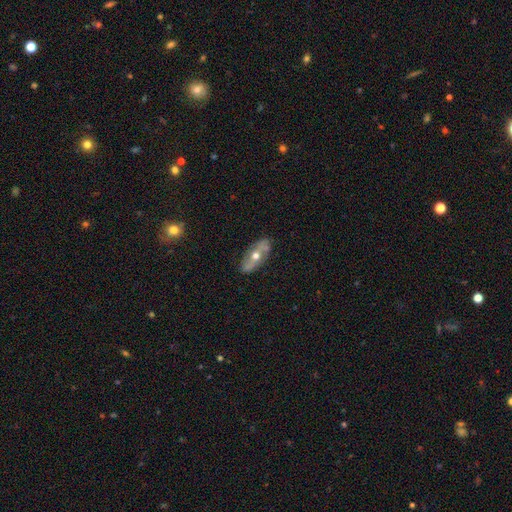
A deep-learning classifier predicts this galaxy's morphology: featured or disk 62%, smooth 30%, star or artifact 7%. Down the decision tree: edge-on disk — no (71%); merging — none (82%).